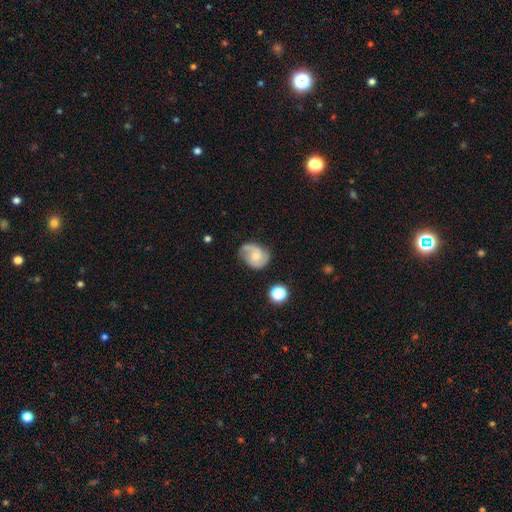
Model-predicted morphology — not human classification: This appears to be a featured or disk galaxy (56%) with no bar (66%), spiral arms (86%) and a small central bulge (46%). Merging: none (54%).